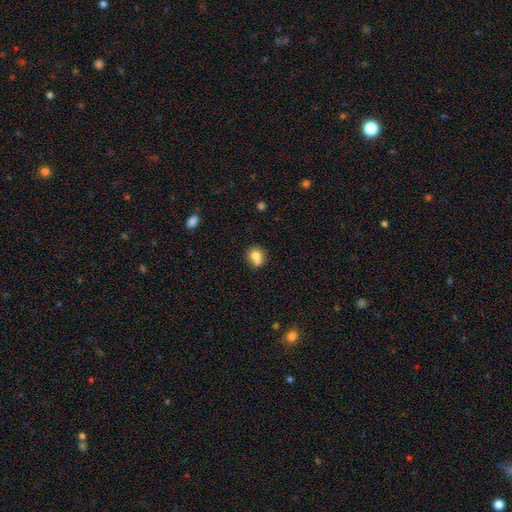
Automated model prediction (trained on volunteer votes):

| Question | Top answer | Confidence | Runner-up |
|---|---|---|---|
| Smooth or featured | smooth | 75% | featured or disk (15%) |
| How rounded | round | 73% | in between (26%) |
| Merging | none | 41% | merger (40%) |